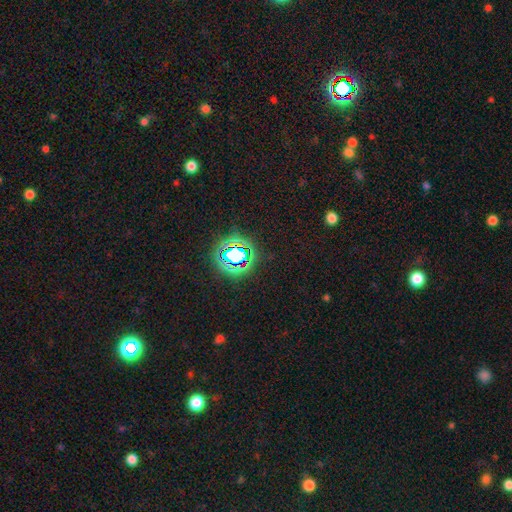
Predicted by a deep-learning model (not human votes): Smooth or featured? Predicted: star or artifact (p=0.79).